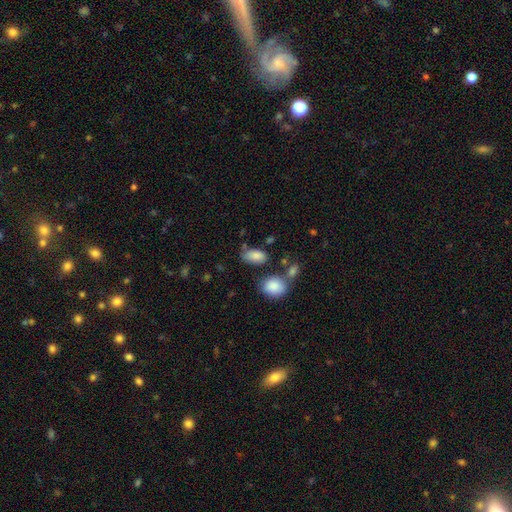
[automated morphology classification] smooth_or_featured: smooth (p=0.85) [alt: star or artifact p=0.08]
how_rounded: in between (p=0.91) [alt: round p=0.06]
merging: none (p=0.59) [alt: minor disturbance p=0.23]